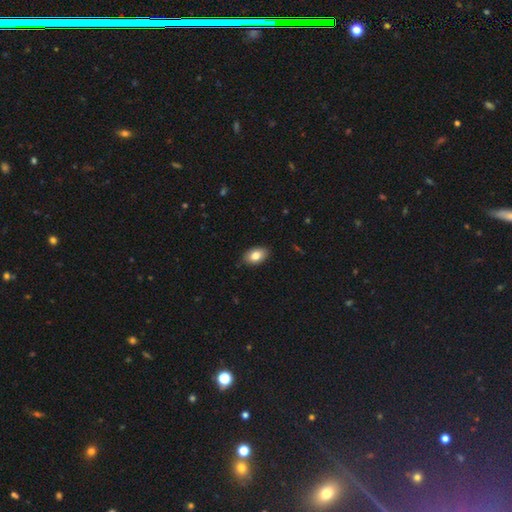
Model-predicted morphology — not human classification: A smooth galaxy with no disk features (80%) that is in between round and cigar-shaped (87%). Merging: none (85%).